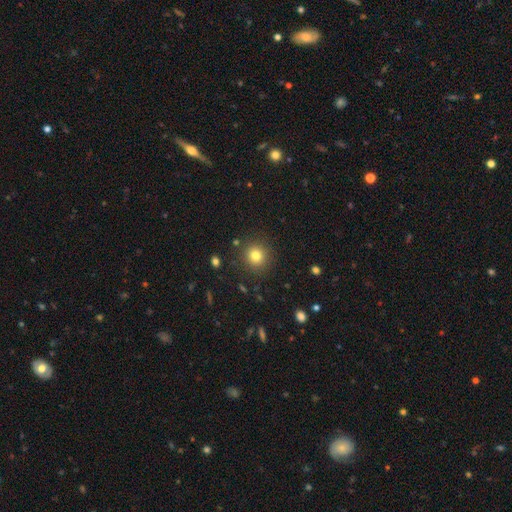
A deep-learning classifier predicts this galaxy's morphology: smooth 79%, star or artifact 13%, featured or disk 7%. Down the decision tree: how rounded — round (92%); merging — none (89%).